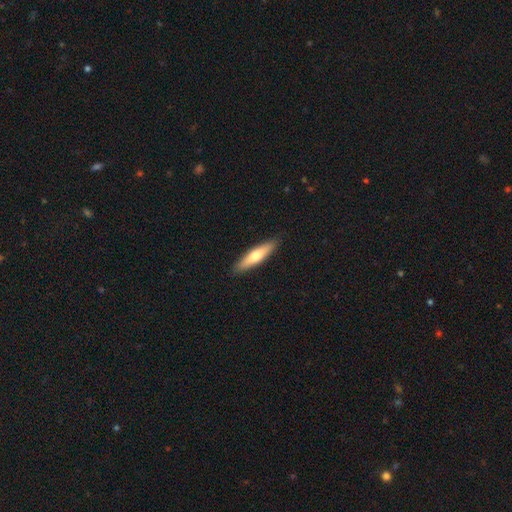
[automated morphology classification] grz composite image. It shows a smooth galaxy with no disk features (58%) that is cigar-shaped (79%). Merging: none (90%).